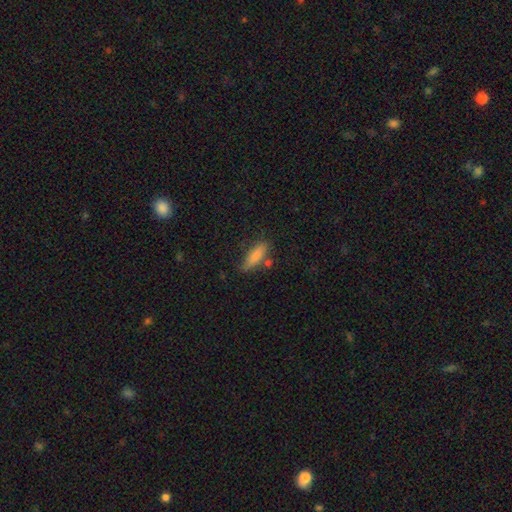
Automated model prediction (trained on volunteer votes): Smooth or featured? Predicted: smooth (p=0.82). How rounded? Predicted: cigar-shaped (p=0.54). Merging? Predicted: none (p=0.68).